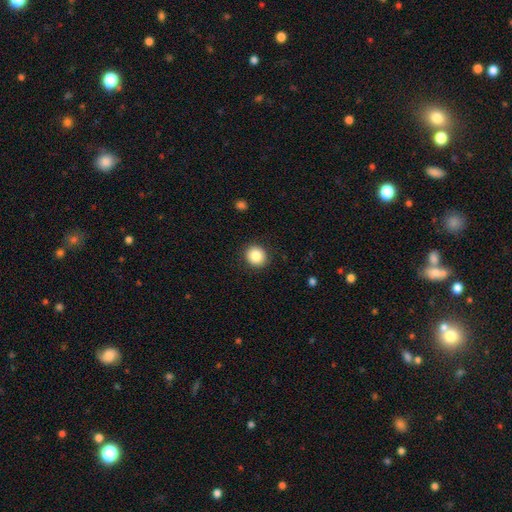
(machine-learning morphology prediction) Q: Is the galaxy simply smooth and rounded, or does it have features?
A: smooth — 85%.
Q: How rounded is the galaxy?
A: round — 86%.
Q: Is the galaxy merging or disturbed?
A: none — 90%.